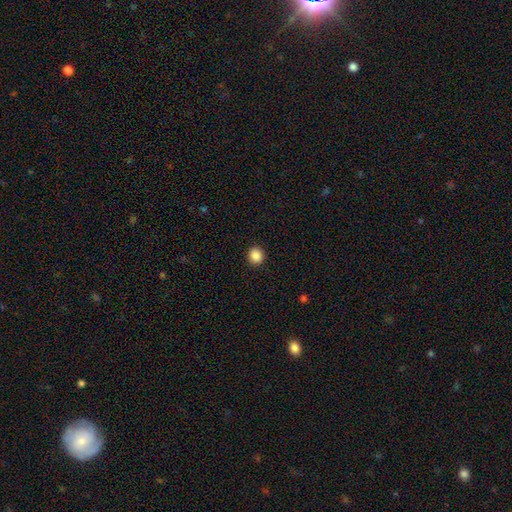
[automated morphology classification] Smooth or featured: smooth — 87% (star or artifact — 10%)
How rounded: round — 86% (in between — 13%)
Merging: none — 92% (minor disturbance — 5%)